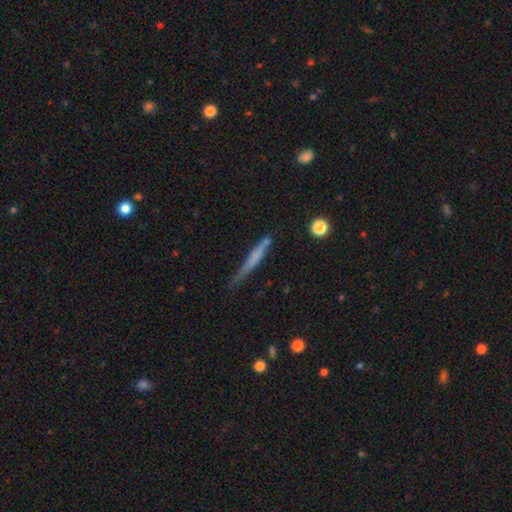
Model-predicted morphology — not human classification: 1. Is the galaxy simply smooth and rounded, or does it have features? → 53% smooth, 39% featured or disk, 8% star or artifact.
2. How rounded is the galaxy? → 94% cigar-shaped, 4% in between, 2% round.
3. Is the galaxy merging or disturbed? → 63% none, 24% minor disturbance, 7% major disturbance, 5% merger.